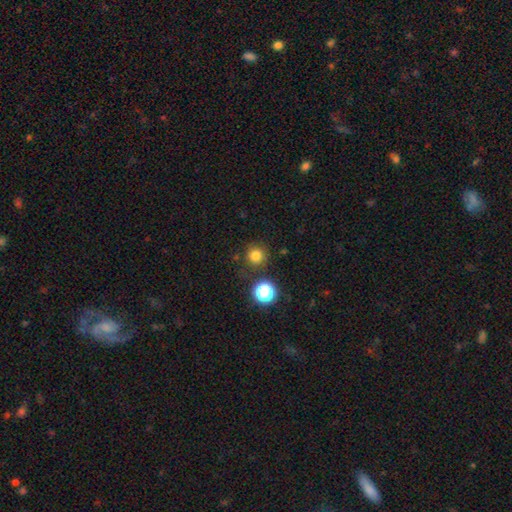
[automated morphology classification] This appears to be a smooth galaxy with no disk features (79%) that is round (94%). Merging: none (85%).